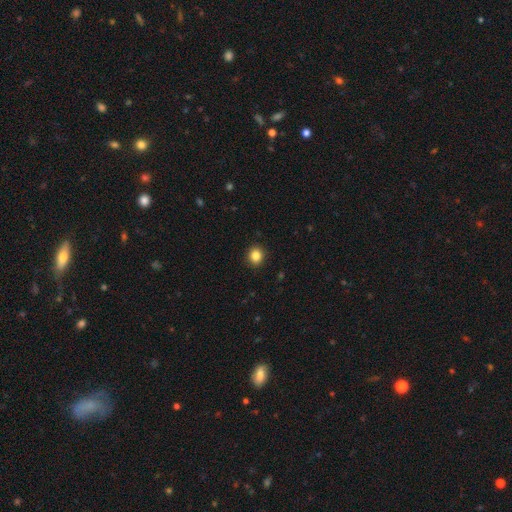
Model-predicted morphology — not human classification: smooth 85%, star or artifact 10%, featured or disk 4%. Down the decision tree: how rounded — round (83%); merging — none (92%).